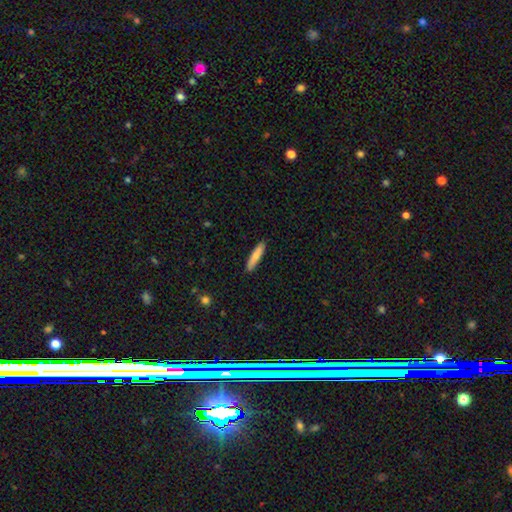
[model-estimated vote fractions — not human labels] Overall: smooth (79%). How rounded: cigar-shaped (88%). Merging: none (90%).